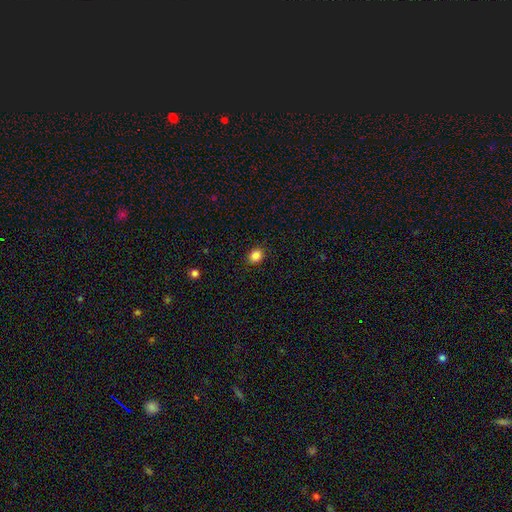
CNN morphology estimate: Smooth or featured?
  - smooth: 86% *
  - star or artifact: 10%
  - featured or disk: 4%
How rounded?
  - round: 62% *
  - in between: 37%
  - cigar-shaped: 1%
Merging?
  - none: 89% *
  - minor disturbance: 8%
  - major disturbance: 2%
  - merger: 1%